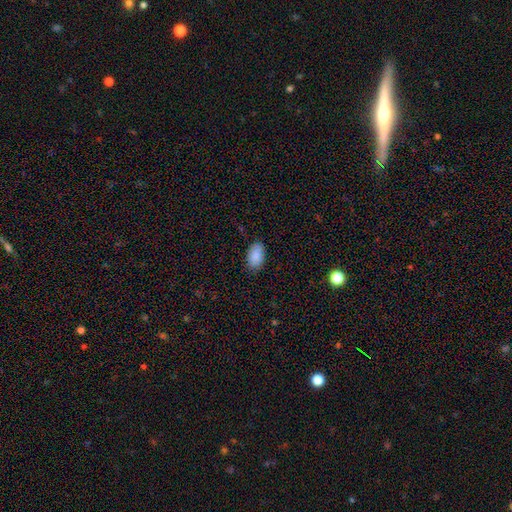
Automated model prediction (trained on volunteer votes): A smooth galaxy with no disk features (89%) that is in between round and cigar-shaped (94%). Merging: none (85%).